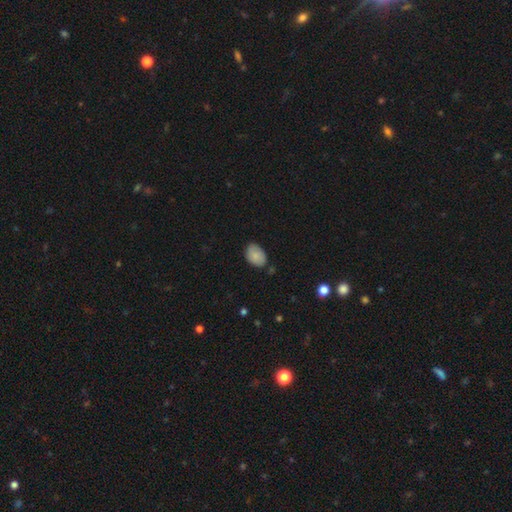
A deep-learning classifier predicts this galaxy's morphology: A smooth galaxy with no disk features (84%) that is in between round and cigar-shaped (85%). Merging: none (73%).